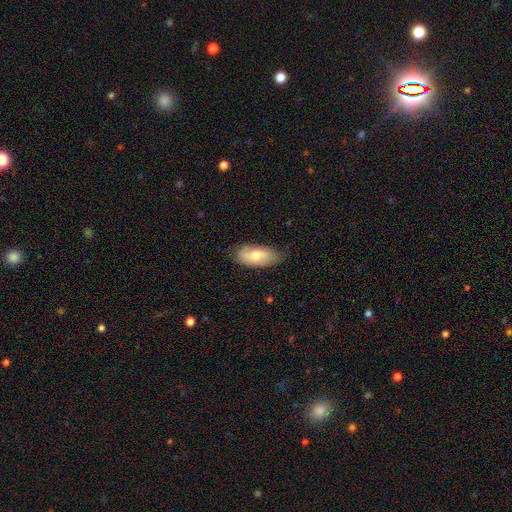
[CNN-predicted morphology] Smooth or featured?
  - smooth: 62% *
  - featured or disk: 32%
  - star or artifact: 6%
How rounded?
  - in between: 90% *
  - cigar-shaped: 7%
  - round: 3%
Merging?
  - none: 72% *
  - minor disturbance: 22%
  - major disturbance: 4%
  - merger: 1%